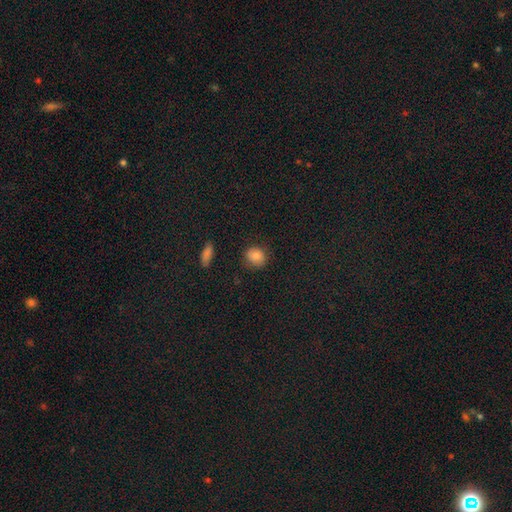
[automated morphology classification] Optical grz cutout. It shows a smooth galaxy with no disk features (82%) that is round (74%). Merging: none (82%).